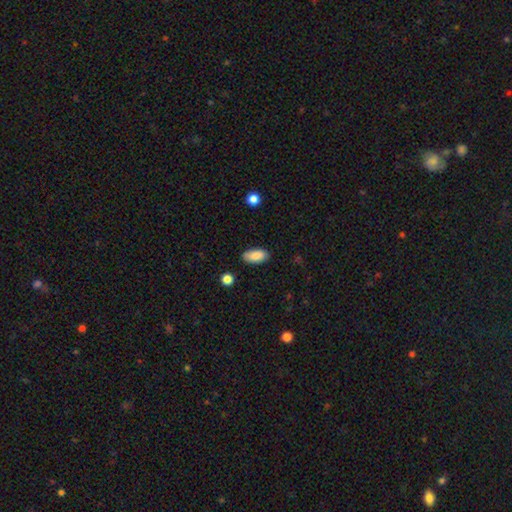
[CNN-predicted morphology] This appears to be a smooth galaxy with no disk features (87%) that is in between round and cigar-shaped (92%). Merging: none (86%).